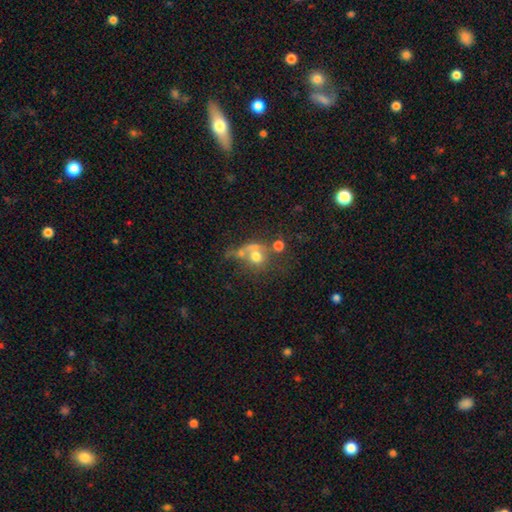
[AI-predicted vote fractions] Smooth or featured: smooth — 58% (featured or disk — 26%)
How rounded: round — 74% (in between — 25%)
Merging: merger — 36% (none — 31%)